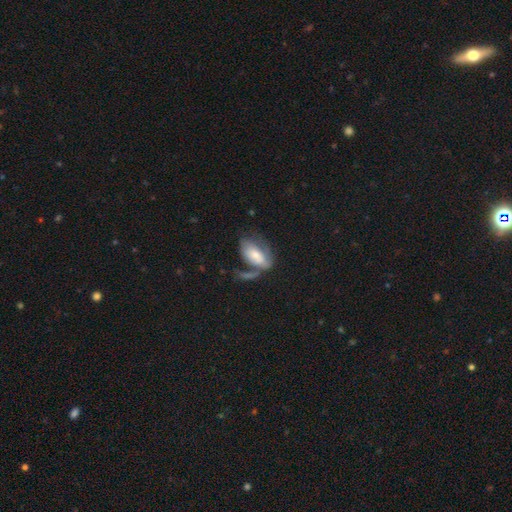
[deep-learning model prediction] smooth-or-featured: smooth: 60% | featured or disk: 34% | star or artifact: 7%
  how-rounded: in between: 91% | round: 6% | cigar-shaped: 3%
  merging: none: 32% | major disturbance: 25% | merger: 22% | minor disturbance: 21%